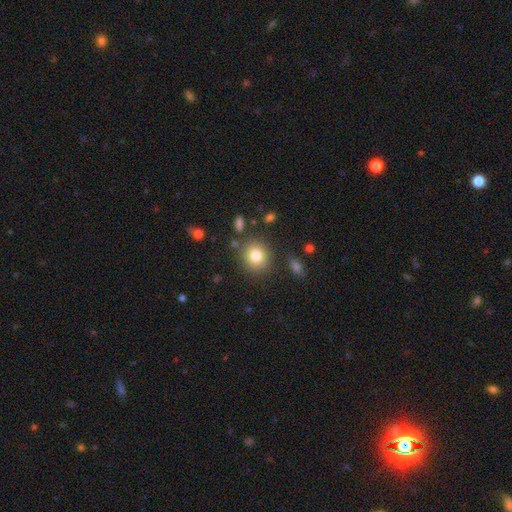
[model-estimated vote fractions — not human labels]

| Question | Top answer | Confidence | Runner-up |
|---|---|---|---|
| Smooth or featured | smooth | 81% | star or artifact (10%) |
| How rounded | round | 81% | in between (18%) |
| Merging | none | 83% | minor disturbance (9%) |